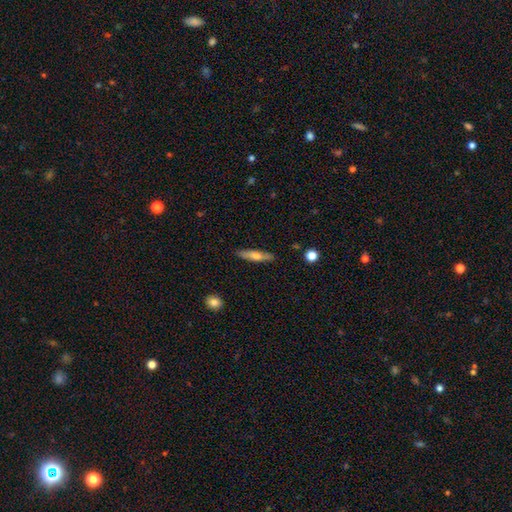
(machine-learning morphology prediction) Q: Smooth or featured?
A: smooth (56%); runner-up: featured or disk (37%)
Q: How rounded?
A: cigar-shaped (83%); runner-up: in between (15%)
Q: Merging?
A: none (86%); runner-up: minor disturbance (11%)